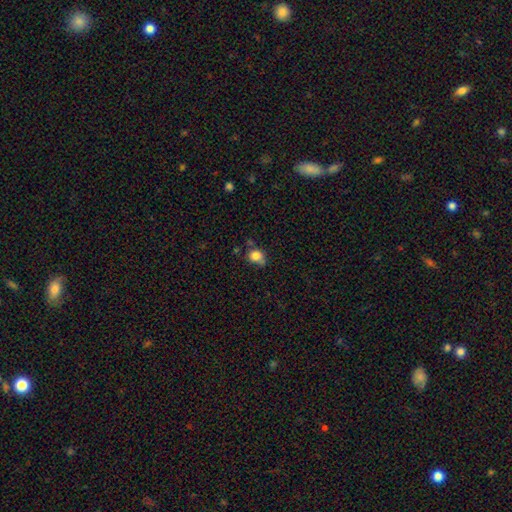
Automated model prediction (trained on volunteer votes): Smooth or featured? Predicted: smooth (p=0.82). How rounded? Predicted: round (p=0.68). Merging? Predicted: none (p=0.55).